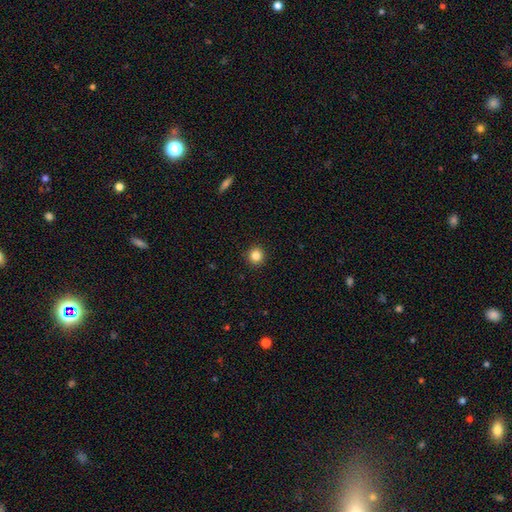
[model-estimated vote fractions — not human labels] Smooth or featured?
  - smooth: 85% *
  - star or artifact: 11%
  - featured or disk: 4%
How rounded?
  - round: 95% *
  - in between: 4%
  - cigar-shaped: 1%
Merging?
  - none: 93% *
  - minor disturbance: 4%
  - major disturbance: 2%
  - merger: 1%